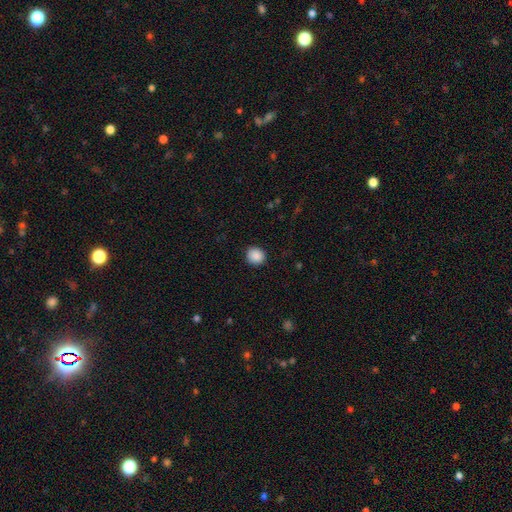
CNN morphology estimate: A smooth galaxy with no disk features (89%) that is round (86%).

Vote fractions:
- Smooth or featured? smooth: 89% / star or artifact: 8% / featured or disk: 3%
- How rounded? round: 86% / in between: 13% / cigar-shaped: 1%
- Merging? none: 89% / minor disturbance: 8% / major disturbance: 2% / merger: 1%